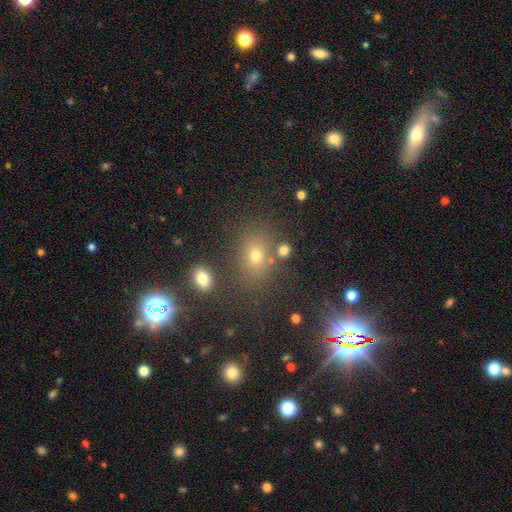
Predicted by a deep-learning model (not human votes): Smooth or featured? Predicted: smooth (p=0.64). How rounded? Predicted: in between (p=0.60). Merging? Predicted: none (p=0.72).